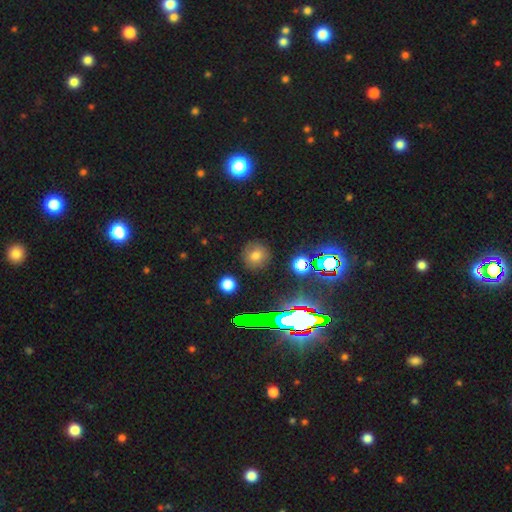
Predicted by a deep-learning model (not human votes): Q: Smooth or featured?
A: smooth (70%); runner-up: star or artifact (20%)
Q: How rounded?
A: round (90%); runner-up: in between (9%)
Q: Merging?
A: none (87%); runner-up: minor disturbance (8%)